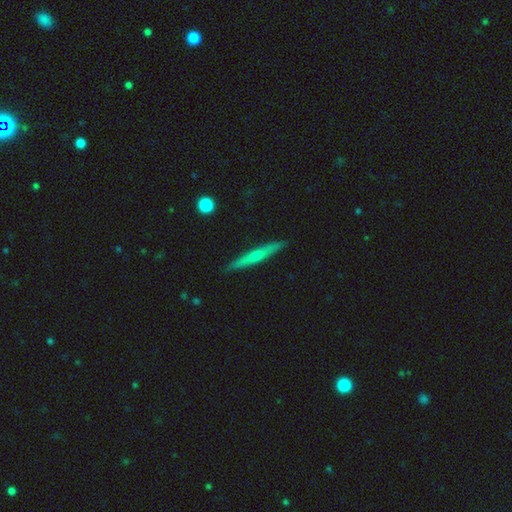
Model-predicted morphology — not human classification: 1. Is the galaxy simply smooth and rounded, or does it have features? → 65% featured or disk, 28% smooth, 7% star or artifact.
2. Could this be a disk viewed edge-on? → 96% yes, 4% no.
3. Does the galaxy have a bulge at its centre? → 73% rounded, 24% none, 4% boxy.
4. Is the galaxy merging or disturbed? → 91% none, 7% minor disturbance, 1% major disturbance, 1% merger.